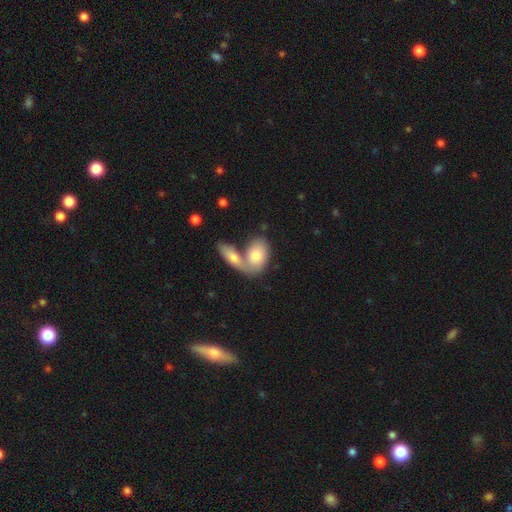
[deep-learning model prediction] Smooth or featured? Predicted: smooth (p=0.76). How rounded? Predicted: in between (p=0.87). Merging? Predicted: merger (p=0.56).